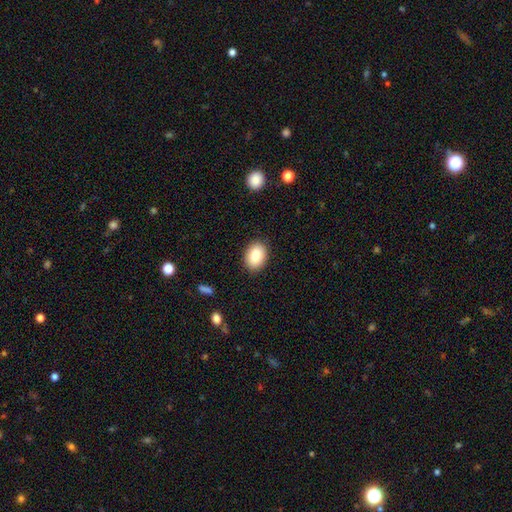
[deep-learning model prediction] Smooth or featured? Predicted: smooth (p=0.86). How rounded? Predicted: in between (p=0.79). Merging? Predicted: none (p=0.88).